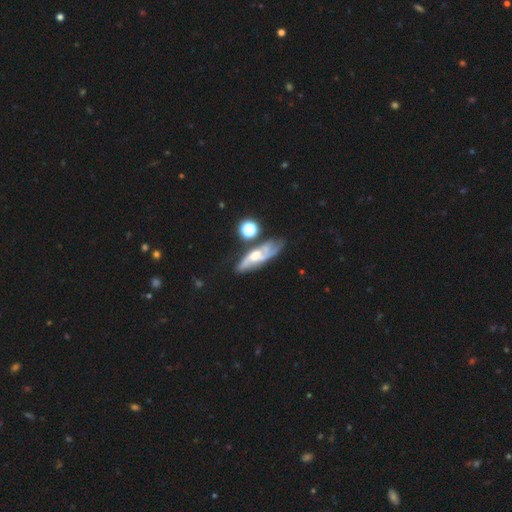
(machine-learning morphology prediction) featured or disk 72%, smooth 19%, star or artifact 9%. Down the decision tree: edge-on disk — no (79%); bar — no (57%); spiral arms — yes (89%); spiral arm count — 2 (51%); spiral winding — medium (46%); bulge size — moderate (57%); merging — none (53%).